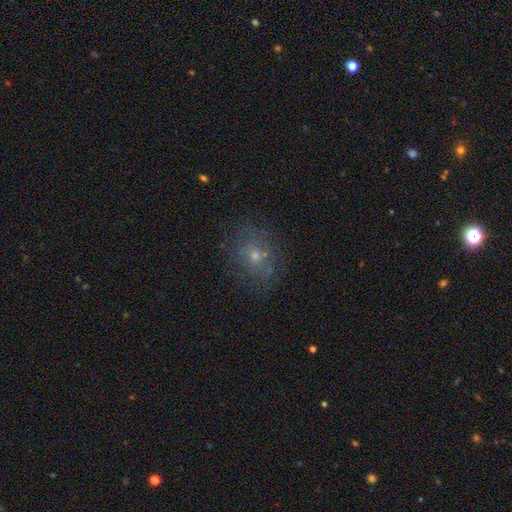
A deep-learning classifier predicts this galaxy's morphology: Smooth or featured?
  - smooth: 48% *
  - featured or disk: 31%
  - star or artifact: 21%
Merging?
  - none: 73% *
  - minor disturbance: 16%
  - major disturbance: 9%
  - merger: 2%